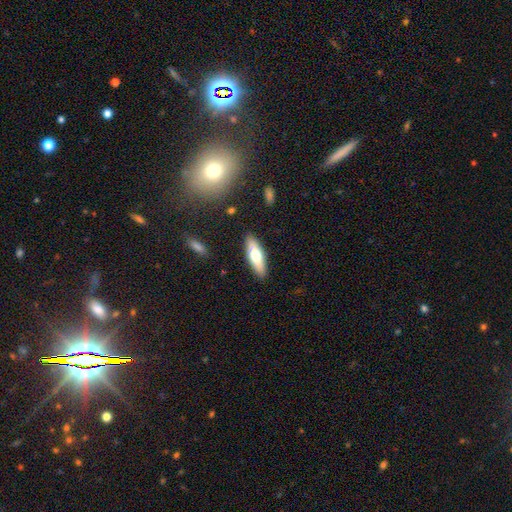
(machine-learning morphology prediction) smooth_or_featured: smooth (p=0.58) [alt: featured or disk p=0.36]
how_rounded: in between (p=0.54) [alt: cigar-shaped p=0.44]
merging: none (p=0.88) [alt: minor disturbance p=0.09]